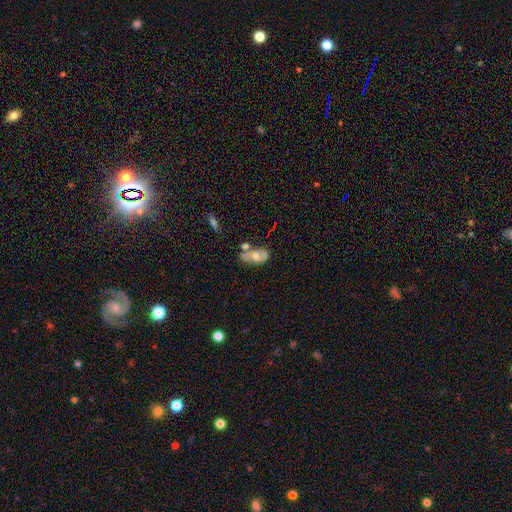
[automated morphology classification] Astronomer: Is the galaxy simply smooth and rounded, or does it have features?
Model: smooth — 54% (runner-up: featured or disk, 36%).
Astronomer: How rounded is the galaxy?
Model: in between — 89%.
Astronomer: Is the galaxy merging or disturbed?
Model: none — 42% (runner-up: minor disturbance, 25%).